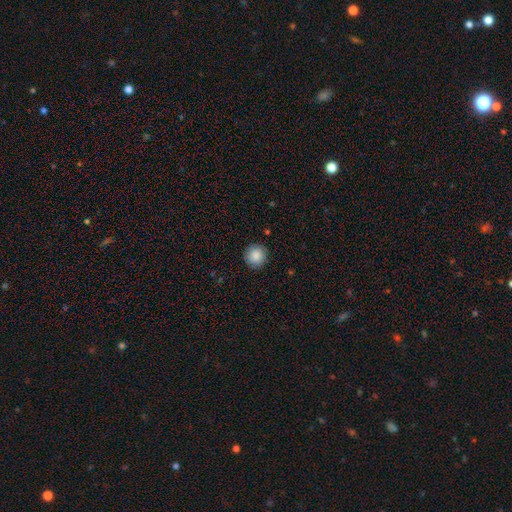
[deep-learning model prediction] A smooth galaxy with no disk features (87%) that is round (94%).

Vote fractions:
- Smooth or featured? smooth: 87% / star or artifact: 8% / featured or disk: 5%
- How rounded? round: 94% / in between: 5% / cigar-shaped: 1%
- Merging? none: 90% / minor disturbance: 7% / major disturbance: 2% / merger: 1%